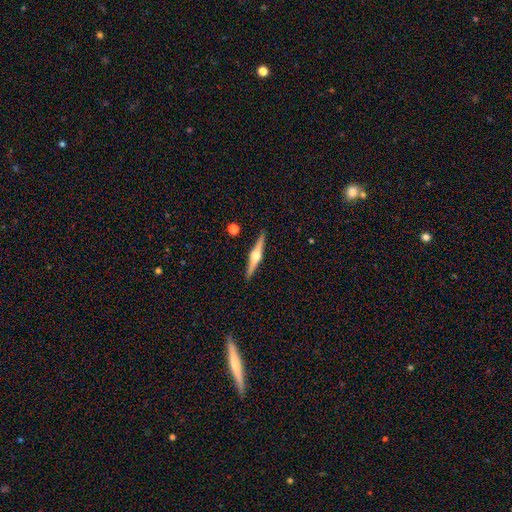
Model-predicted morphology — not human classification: This appears to be a featured or disk galaxy (81%) viewed edge-on (98%) with a rounded central bulge (95%). Merging: none (92%).